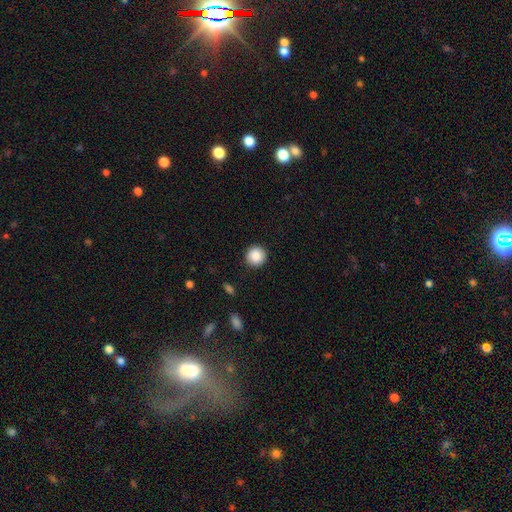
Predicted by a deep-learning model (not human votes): A smooth galaxy with no disk features (88%) that is round (94%).

Vote fractions:
- Smooth or featured? smooth: 88% / star or artifact: 8% / featured or disk: 4%
- How rounded? round: 94% / in between: 5% / cigar-shaped: 1%
- Merging? none: 91% / minor disturbance: 6% / major disturbance: 2% / merger: 1%